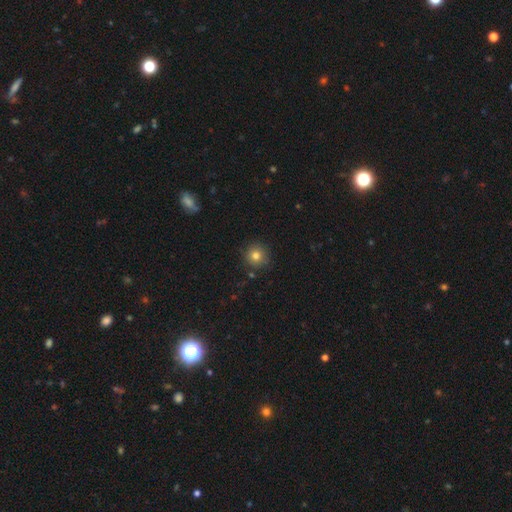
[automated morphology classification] This is likely a smooth galaxy (80%). How rounded: clearly round (94%). Merging: clearly none (87%).